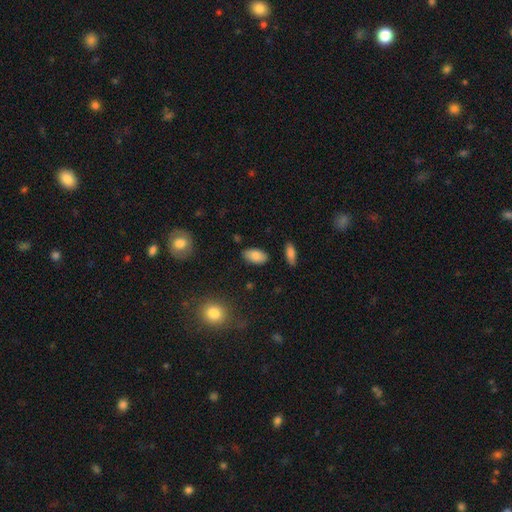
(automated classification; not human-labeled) A smooth galaxy with no disk features (84%) that is in between round and cigar-shaped (94%).

Vote fractions:
- Smooth or featured? smooth: 84% / featured or disk: 8% / star or artifact: 8%
- How rounded? in between: 94% / round: 4% / cigar-shaped: 2%
- Merging? none: 84% / minor disturbance: 11% / major disturbance: 2% / merger: 2%